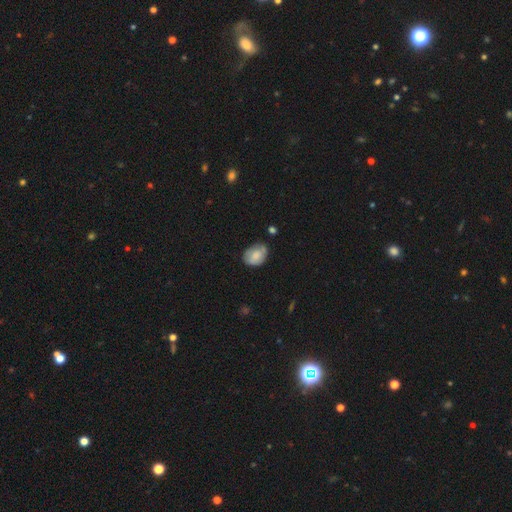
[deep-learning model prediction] A smooth galaxy with no disk features (72%) that is in between round and cigar-shaped (69%).

Vote fractions:
- Smooth or featured? smooth: 72% / featured or disk: 20% / star or artifact: 8%
- How rounded? in between: 69% / round: 30% / cigar-shaped: 1%
- Merging? none: 56% / minor disturbance: 33% / major disturbance: 8% / merger: 4%